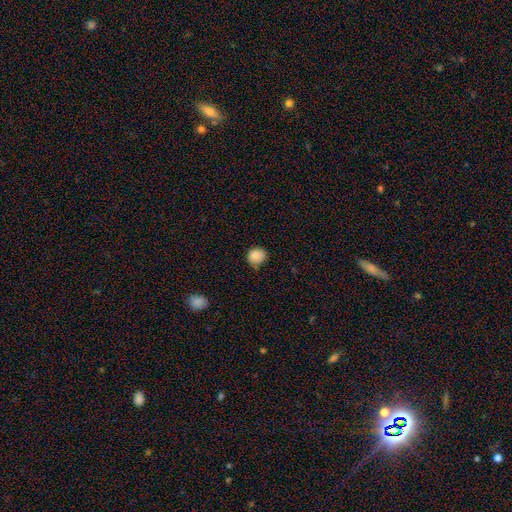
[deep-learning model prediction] smooth 87%, star or artifact 9%, featured or disk 4%. Down the decision tree: how rounded — round (82%); merging — none (68%).